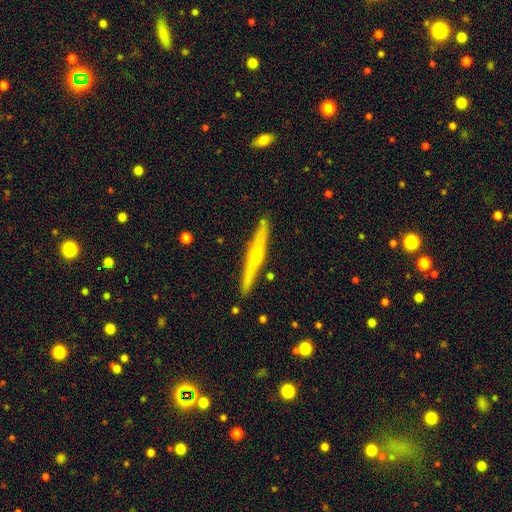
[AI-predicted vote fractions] smooth-or-featured: featured or disk: 73% | smooth: 21% | star or artifact: 6%
  disk-edge-on: yes: 98% | no: 2%
    edge-on-bulge: rounded: 86% | none: 10% | boxy: 5%
  merging: none: 90% | minor disturbance: 7% | merger: 1% | major disturbance: 1%